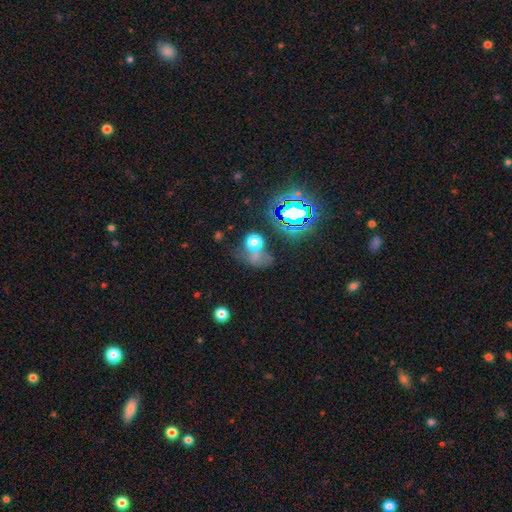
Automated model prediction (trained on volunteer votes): Morphology: type=smooth (50%); roundness=round (57%); merging=none (36%).